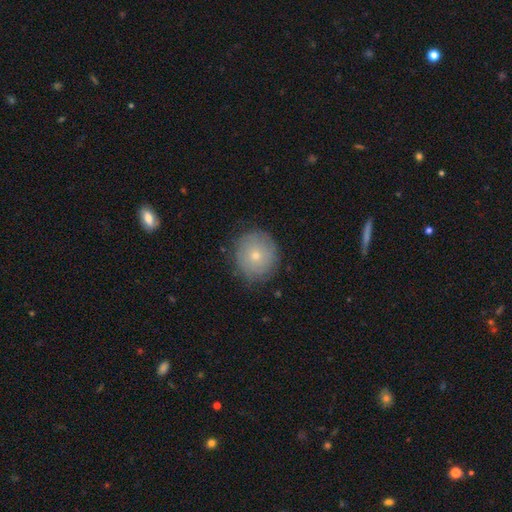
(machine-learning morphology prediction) A smooth galaxy with no disk features (56%) that is round (90%). Merging: none (81%).